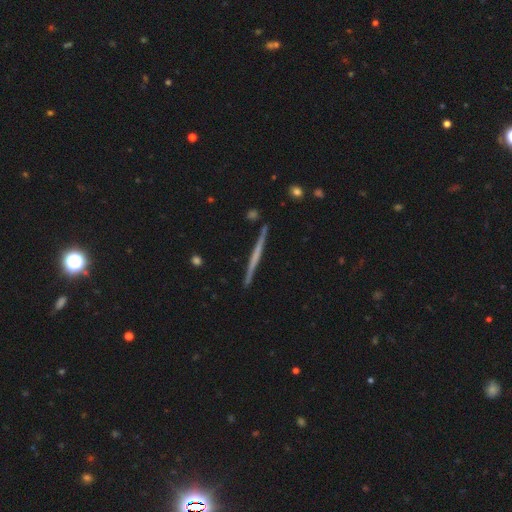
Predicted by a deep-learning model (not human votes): Q: Smooth or featured?
A: featured or disk (64%); runner-up: smooth (31%)
Q: Edge-on disk?
A: yes (98%); runner-up: no (2%)
Q: Edge-on bulge?
A: none (79%); runner-up: rounded (15%)
Q: Merging?
A: none (91%); runner-up: minor disturbance (6%)